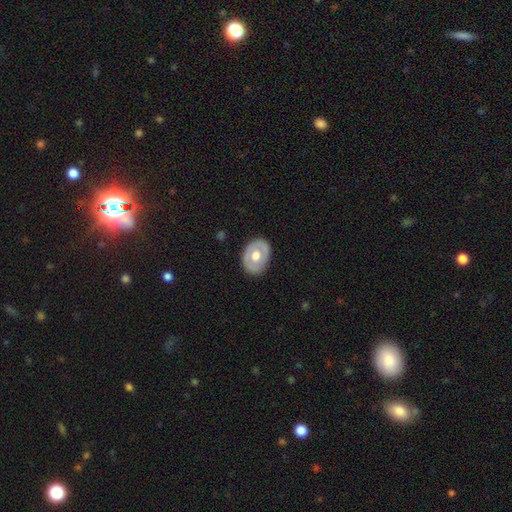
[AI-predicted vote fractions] A smooth galaxy with no disk features (50%). Merging: none (83%).